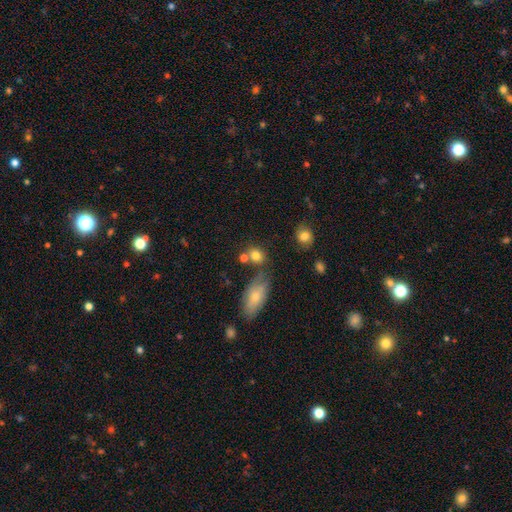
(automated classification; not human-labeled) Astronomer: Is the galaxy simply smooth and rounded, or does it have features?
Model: smooth — 80%.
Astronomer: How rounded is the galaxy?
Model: round — 62%.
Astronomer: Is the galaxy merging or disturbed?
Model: none — 58%.